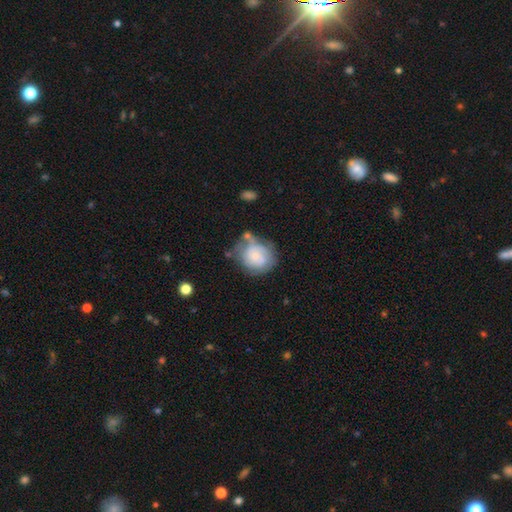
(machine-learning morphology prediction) Smooth or featured? smooth (53%)
How rounded? round (70%)
Merging? none (41%)